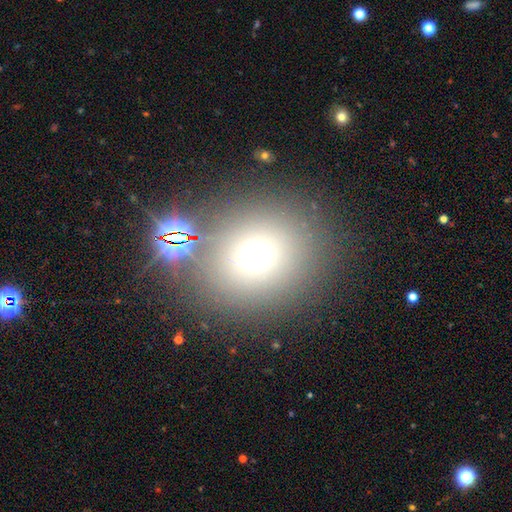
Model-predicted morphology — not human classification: Smooth or featured? smooth (65%)
How rounded? round (74%)
Merging? none (75%)